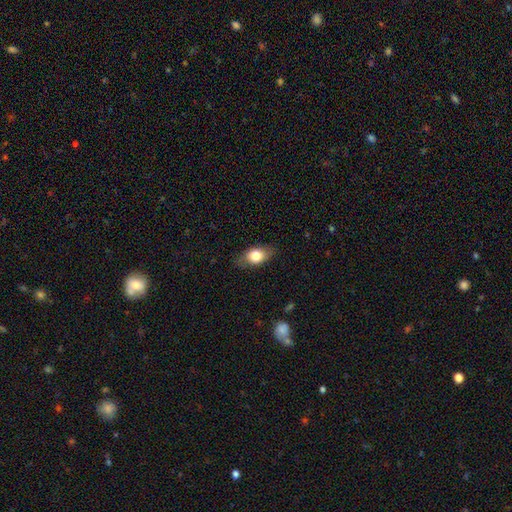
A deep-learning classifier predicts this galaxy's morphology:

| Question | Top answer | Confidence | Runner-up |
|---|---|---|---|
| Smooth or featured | smooth | 75% | featured or disk (18%) |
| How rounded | in between | 82% | round (14%) |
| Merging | none | 80% | minor disturbance (15%) |